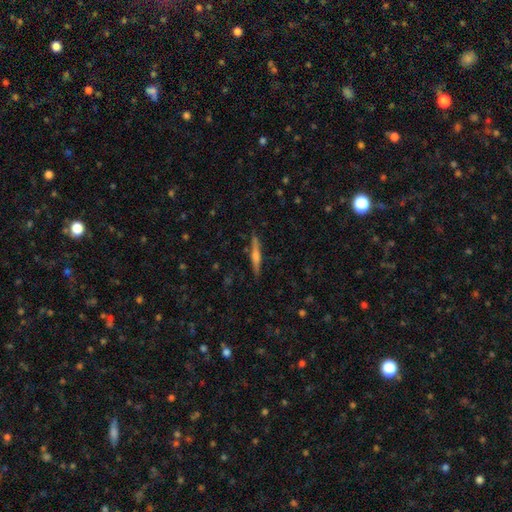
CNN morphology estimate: featured or disk 63%, smooth 31%, star or artifact 7%. Down the decision tree: edge-on disk — yes (98%); edge-on bulge — rounded (70%); merging — none (89%).